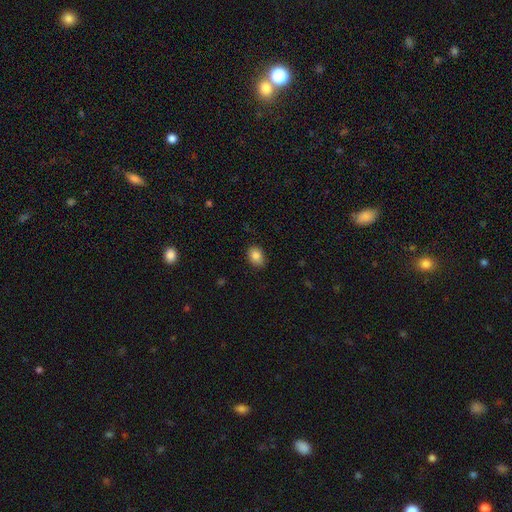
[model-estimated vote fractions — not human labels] Smooth or featured? smooth (85%)
How rounded? in between (66%)
Merging? none (80%)